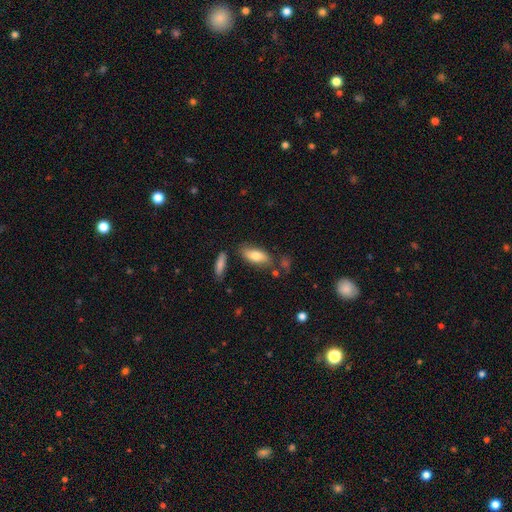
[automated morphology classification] A smooth galaxy with no disk features (78%) that is in between round and cigar-shaped (79%).

Vote fractions:
- Smooth or featured? smooth: 78% / featured or disk: 16% / star or artifact: 6%
- How rounded? in between: 79% / cigar-shaped: 19% / round: 2%
- Merging? none: 72% / minor disturbance: 17% / merger: 7% / major disturbance: 4%